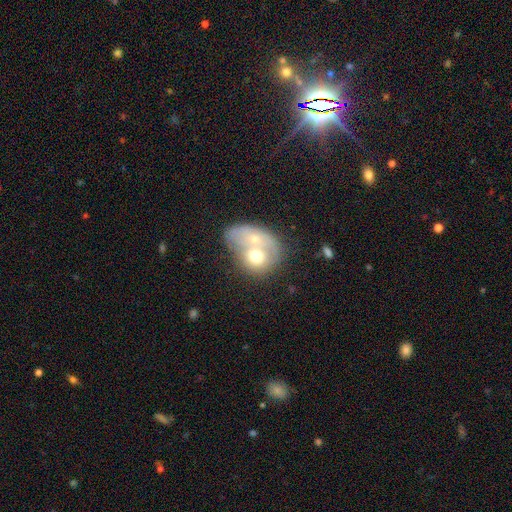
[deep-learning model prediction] This appears to be a smooth galaxy with no disk features (57%) that is round (52%). Merging: merger (72%).